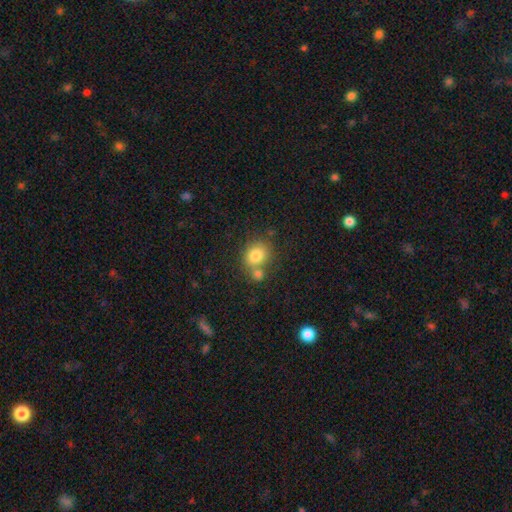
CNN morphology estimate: Smooth or featured? smooth (80%)
How rounded? round (68%)
Merging? none (51%)